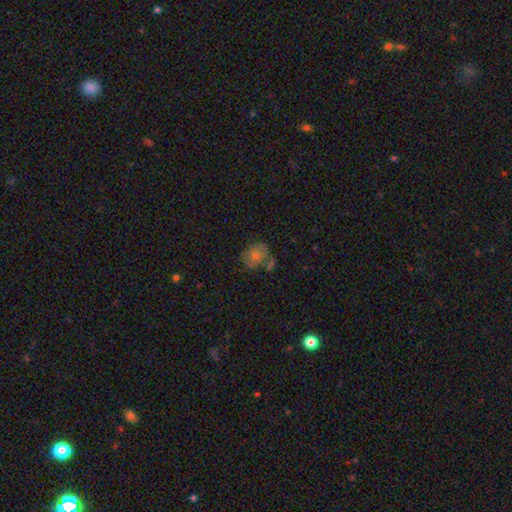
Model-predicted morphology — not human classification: Smooth or featured?
  - smooth: 44% *
  - featured or disk: 40%
  - star or artifact: 16%
Merging?
  - none: 57% *
  - minor disturbance: 19%
  - merger: 14%
  - major disturbance: 10%